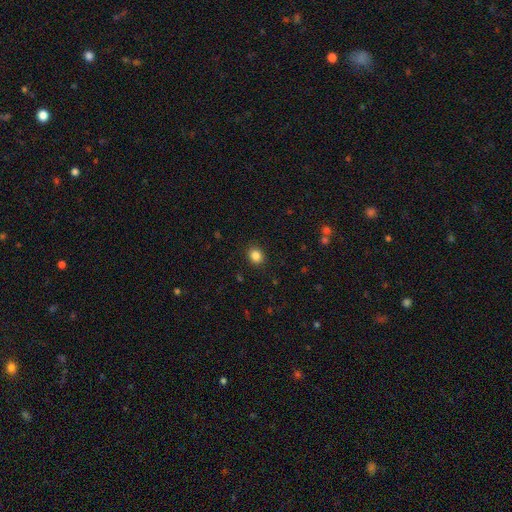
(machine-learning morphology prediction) The model was most divided on "how rounded": round: 60%, in between: 39%, cigar-shaped: 1%. More confident: merging — none (89%); smooth or featured — smooth (86%).